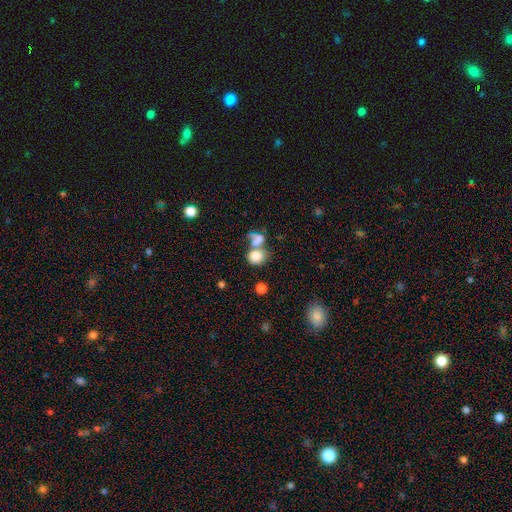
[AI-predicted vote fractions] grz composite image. It shows a smooth galaxy with no disk features (79%) that is round (67%). Merging: merger (55%).